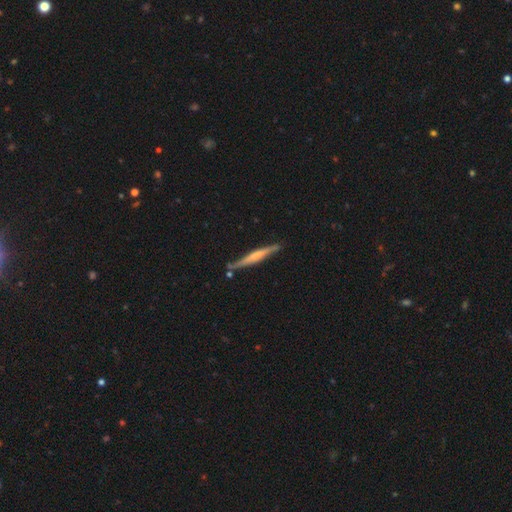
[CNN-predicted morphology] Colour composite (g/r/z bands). It shows a featured or disk galaxy (56%) viewed edge-on (96%) with no central bulge (41%). Merging: none (78%).